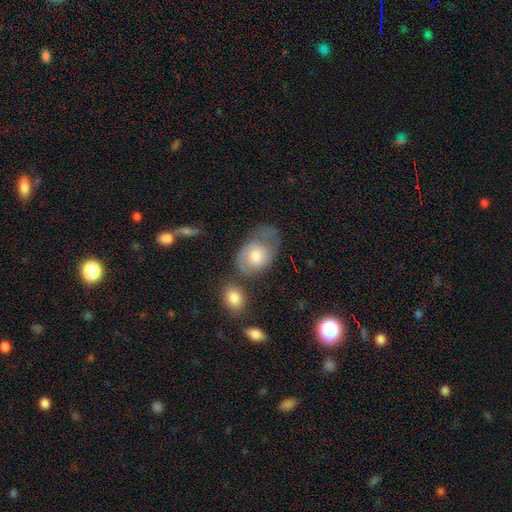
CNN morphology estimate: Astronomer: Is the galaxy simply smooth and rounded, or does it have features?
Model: smooth — 55% (runner-up: featured or disk, 38%).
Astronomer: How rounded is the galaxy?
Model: in between — 78%.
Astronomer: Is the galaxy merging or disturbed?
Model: none — 34% (runner-up: minor disturbance, 30%).